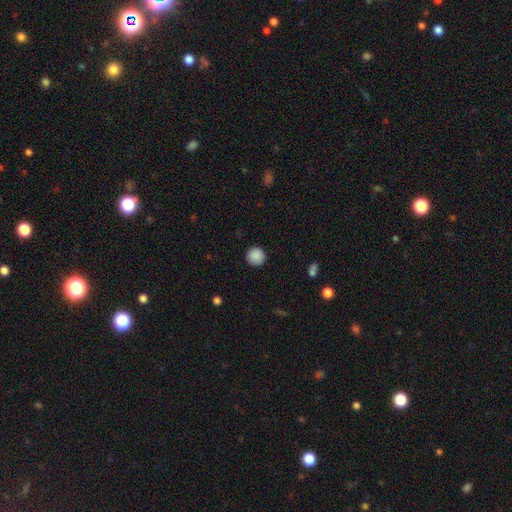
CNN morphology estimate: type=smooth (89%); roundness=round (95%); merging=none (91%).